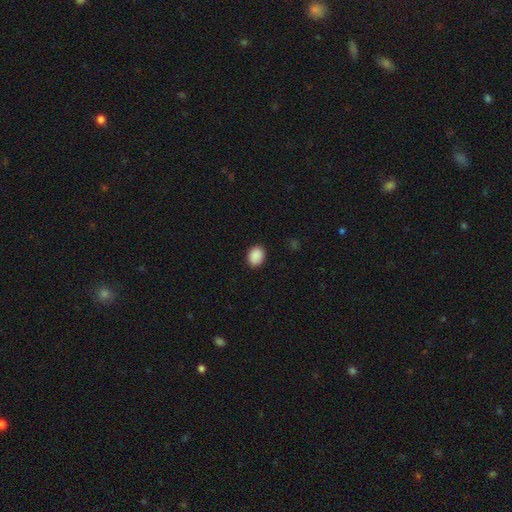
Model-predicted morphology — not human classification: Smooth or featured?
  - smooth: 90% *
  - star or artifact: 8%
  - featured or disk: 2%
How rounded?
  - in between: 60% *
  - round: 39%
  - cigar-shaped: 1%
Merging?
  - none: 89% *
  - minor disturbance: 8%
  - major disturbance: 2%
  - merger: 1%